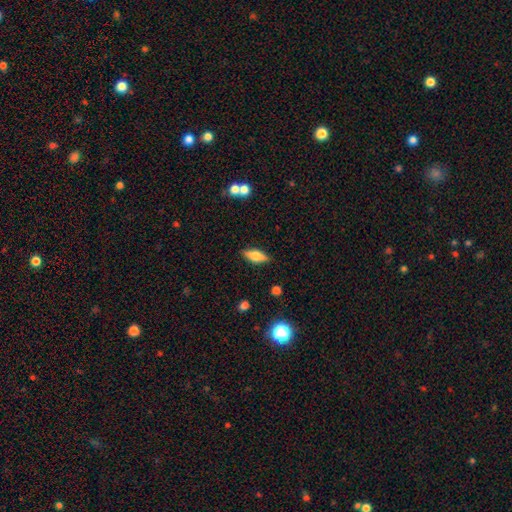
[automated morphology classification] The model was most divided on "smooth or featured": smooth: 65%, featured or disk: 27%, star or artifact: 8%. More confident: merging — none (85%); how rounded — in between (76%).